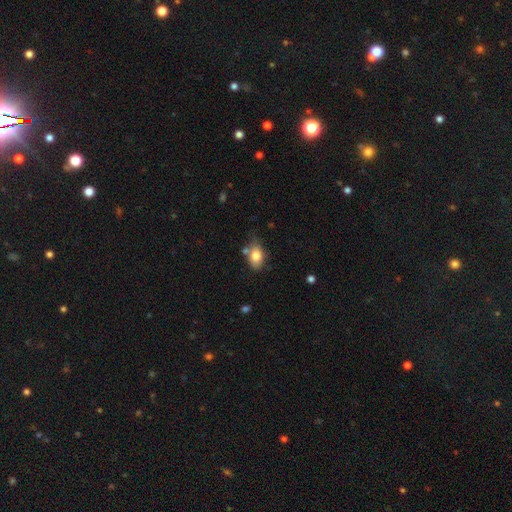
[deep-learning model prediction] Smooth or featured: smooth — 80% (featured or disk — 12%)
How rounded: in between — 84% (round — 14%)
Merging: none — 59% (minor disturbance — 23%)